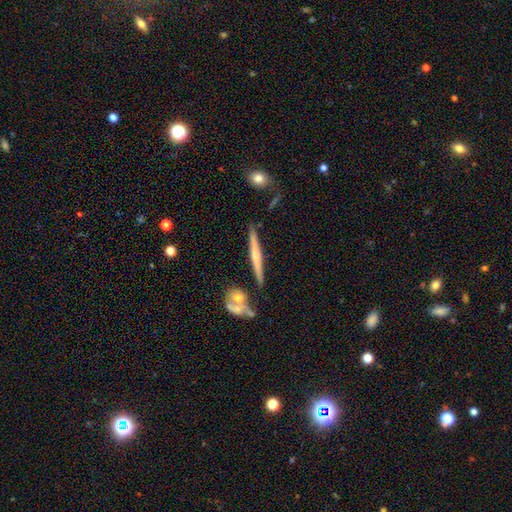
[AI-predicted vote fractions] Q: Smooth or featured?
A: featured or disk (57%); runner-up: smooth (37%)
Q: Edge-on disk?
A: yes (96%); runner-up: no (4%)
Q: Edge-on bulge?
A: none (46%); runner-up: rounded (43%)
Q: Merging?
A: none (82%); runner-up: minor disturbance (10%)